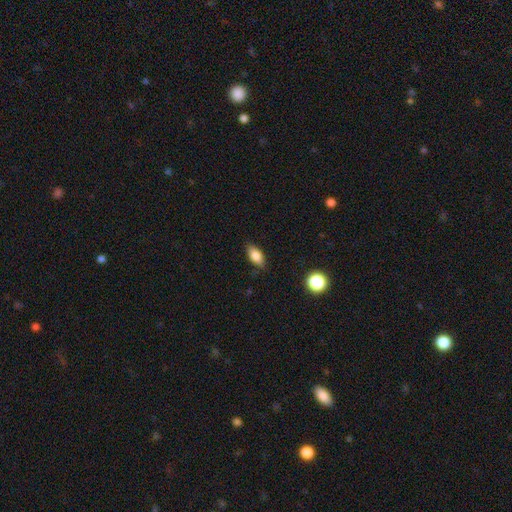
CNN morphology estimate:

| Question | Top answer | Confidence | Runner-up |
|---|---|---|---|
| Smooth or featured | smooth | 81% | featured or disk (11%) |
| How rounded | in between | 87% | cigar-shaped (7%) |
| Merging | none | 81% | minor disturbance (15%) |